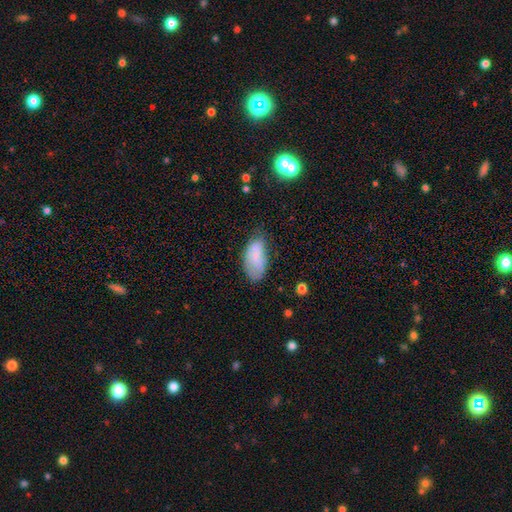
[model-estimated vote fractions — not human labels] A smooth galaxy with no disk features (68%) that is in between round and cigar-shaped (92%).

Vote fractions:
- Smooth or featured? smooth: 68% / featured or disk: 24% / star or artifact: 8%
- How rounded? in between: 92% / cigar-shaped: 4% / round: 3%
- Merging? none: 53% / minor disturbance: 33% / major disturbance: 11% / merger: 2%